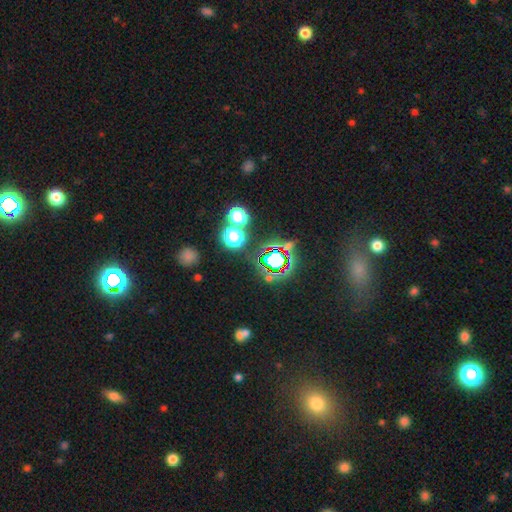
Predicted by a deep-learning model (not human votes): Q: Smooth or featured?
A: star or artifact (70%); runner-up: smooth (20%)